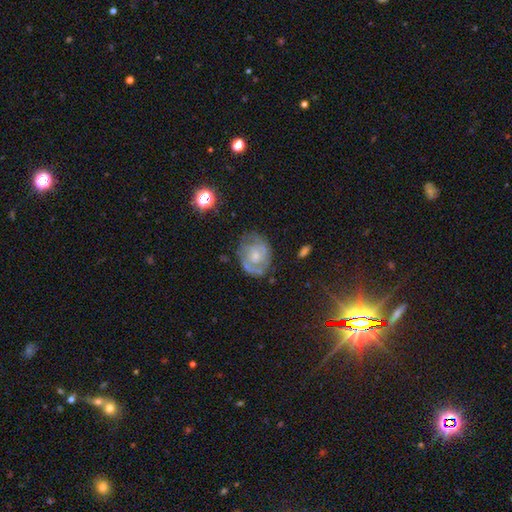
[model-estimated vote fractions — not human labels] smooth-or-featured: featured or disk: 71% | smooth: 22% | star or artifact: 7%
  disk-edge-on: no: 98% | yes: 2%
    bar: no: 73% | weak: 24% | strong: 4%
    has-spiral-arms: yes: 79% | no: 21%
      spiral-winding: tight: 54% | medium: 35% | loose: 12%
      spiral-arm-count: 2: 49% | can't tell: 30% | 1: 10% | 3: 7% | 4: 2% | more than 4: 2%
    bulge-size: small: 50% | moderate: 39% | none: 6% | large: 4% | dominant: 1%
  merging: none: 65% | minor disturbance: 22% | major disturbance: 11% | merger: 2%